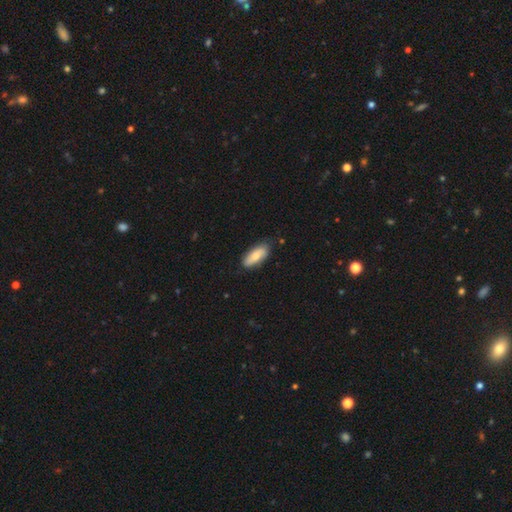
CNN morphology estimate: Smooth or featured? smooth (73%)
How rounded? in between (77%)
Merging? none (80%)